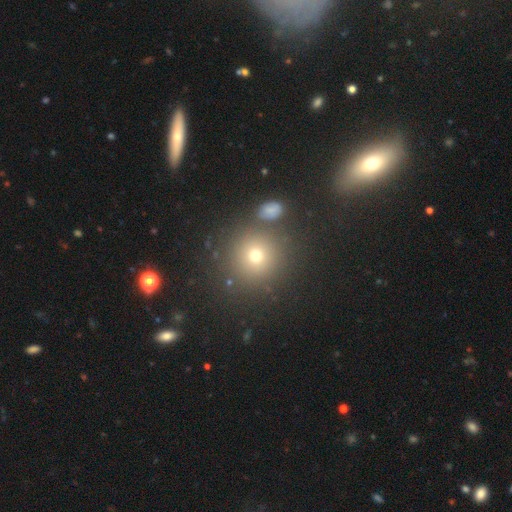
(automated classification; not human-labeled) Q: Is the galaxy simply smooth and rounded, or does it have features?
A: smooth — 69%.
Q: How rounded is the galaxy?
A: round — 93%.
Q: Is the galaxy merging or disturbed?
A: none — 82%.